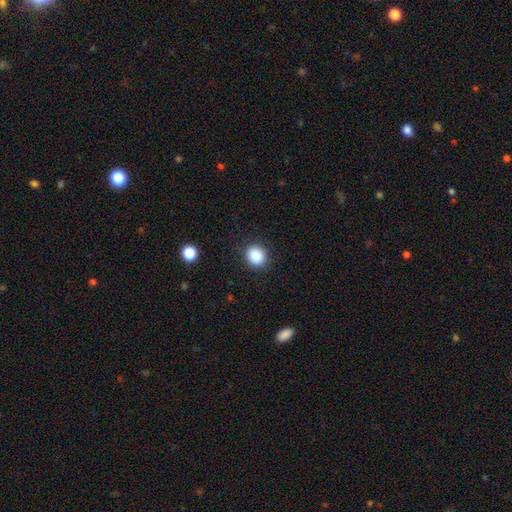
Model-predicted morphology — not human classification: Q: Smooth or featured?
A: smooth (88%); runner-up: star or artifact (9%)
Q: How rounded?
A: round (79%); runner-up: in between (20%)
Q: Merging?
A: none (89%); runner-up: minor disturbance (8%)